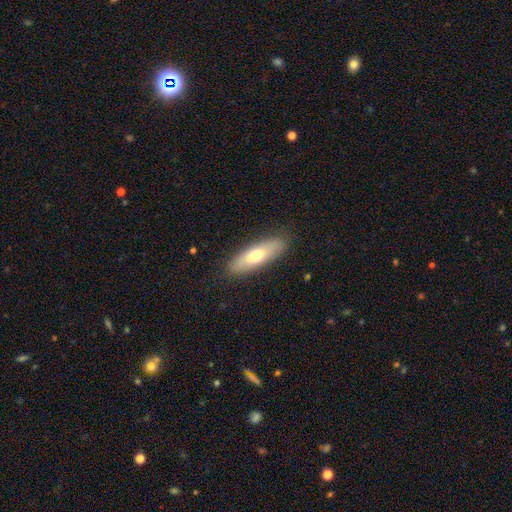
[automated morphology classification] The model was most divided on "how rounded": in between: 51%, cigar-shaped: 47%, round: 2%. More confident: merging — none (86%); smooth or featured — smooth (64%).